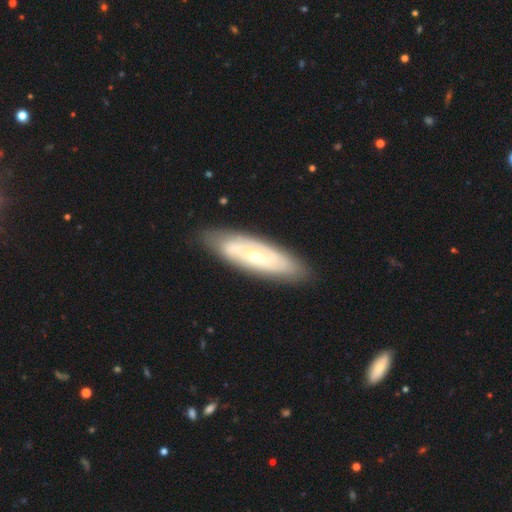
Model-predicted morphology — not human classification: This appears to be a featured or disk galaxy (71%) with no bar (57%), spiral arms (77%) and a small central bulge (62%). Merging: none (85%).